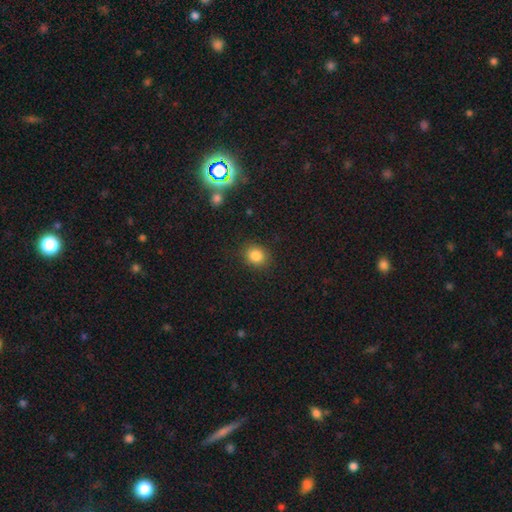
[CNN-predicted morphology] This appears to be a smooth galaxy with no disk features (83%) that is round (72%). Merging: none (88%).